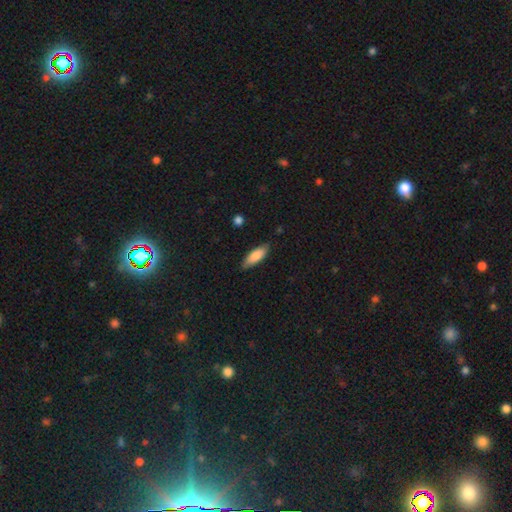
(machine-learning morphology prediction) smooth 81%, featured or disk 13%, star or artifact 6%. Down the decision tree: how rounded — in between (63%); merging — none (80%).